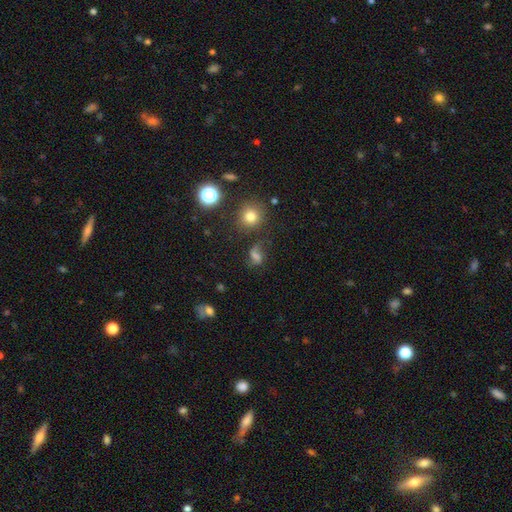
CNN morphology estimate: This is possibly a smooth galaxy (49%). Merging: possibly none (51%).